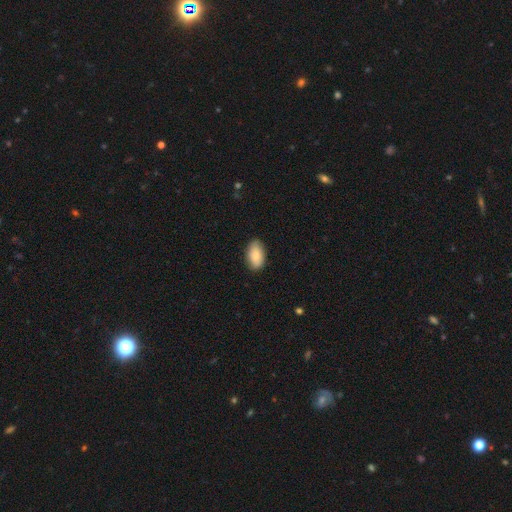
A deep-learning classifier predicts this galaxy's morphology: Smooth or featured? smooth (83%)
How rounded? in between (94%)
Merging? none (84%)